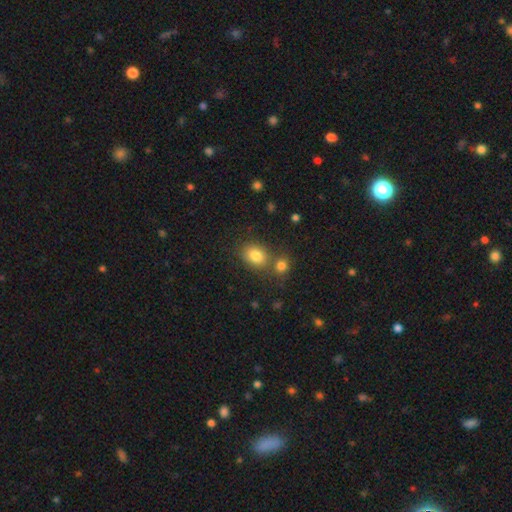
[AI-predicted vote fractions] The model was most divided on "how rounded": in between: 62%, round: 37%, cigar-shaped: 1%. More confident: smooth or featured — smooth (81%); merging — none (61%).